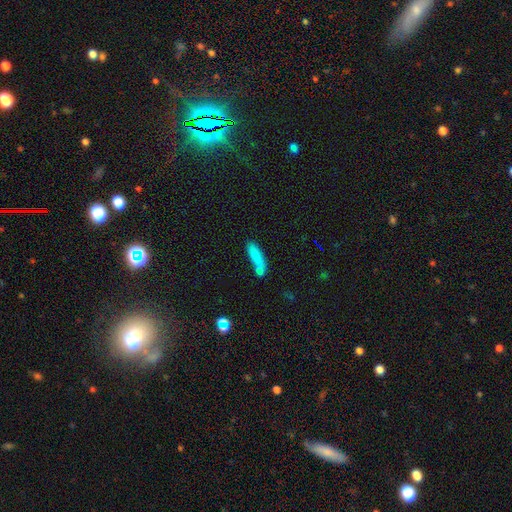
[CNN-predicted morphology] The model was most divided on "merging": none: 47%, merger: 30%, minor disturbance: 16%, major disturbance: 6%. More confident: smooth or featured — smooth (80%); how rounded — cigar-shaped (62%).